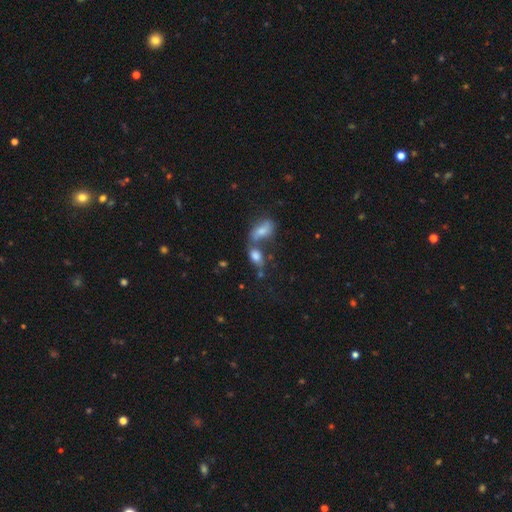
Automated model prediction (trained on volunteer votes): Morphology: type=smooth (70%); roundness=in between (82%); merging=merger (54%).